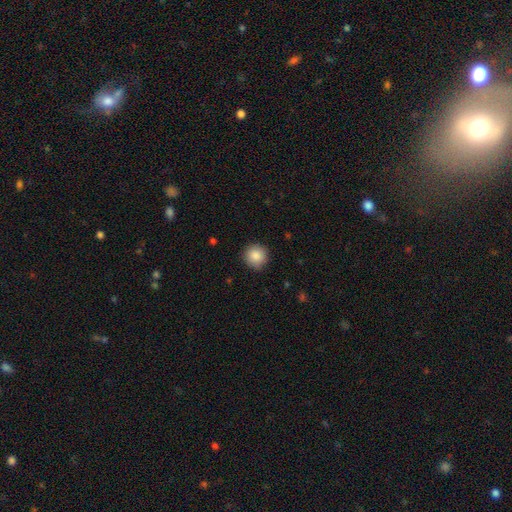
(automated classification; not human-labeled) A smooth galaxy with no disk features (87%) that is round (94%). Merging: none (90%).